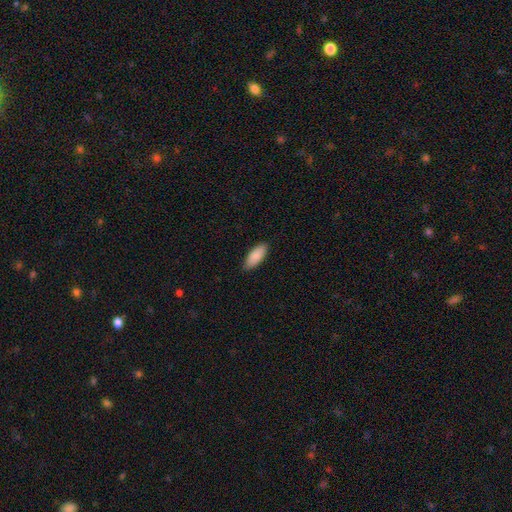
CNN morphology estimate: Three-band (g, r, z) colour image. It shows a smooth galaxy with no disk features (89%) that is in between round and cigar-shaped (80%). Merging: none (87%).